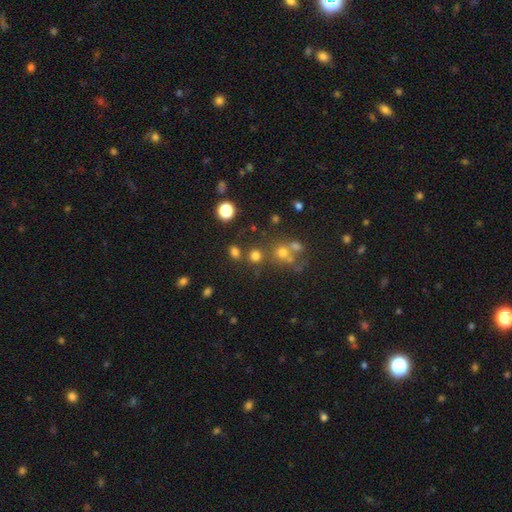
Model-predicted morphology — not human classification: A smooth galaxy with no disk features (58%) that is round (87%).

Vote fractions:
- Smooth or featured? smooth: 58% / star or artifact: 30% / featured or disk: 12%
- How rounded? round: 87% / in between: 12% / cigar-shaped: 1%
- Merging? none: 63% / merger: 24% / minor disturbance: 9% / major disturbance: 5%